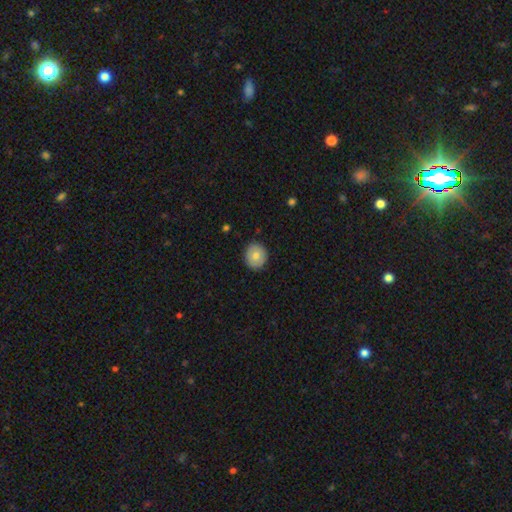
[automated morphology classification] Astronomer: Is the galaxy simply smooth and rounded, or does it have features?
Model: smooth — 73%.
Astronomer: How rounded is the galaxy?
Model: round — 84%.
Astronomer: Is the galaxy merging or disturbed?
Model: none — 88%.